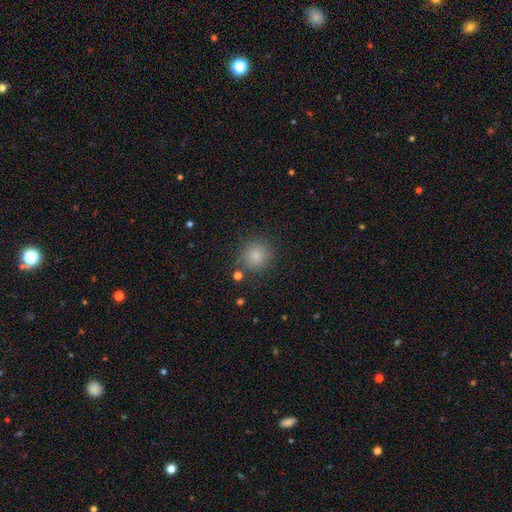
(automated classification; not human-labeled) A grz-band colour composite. It shows a smooth galaxy with no disk features (83%) that is round (91%). Merging: none (84%).